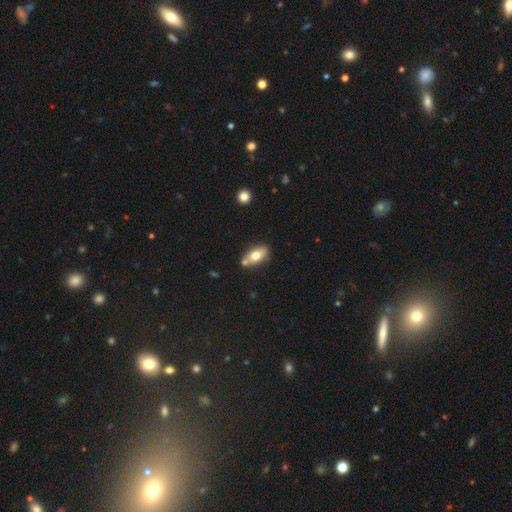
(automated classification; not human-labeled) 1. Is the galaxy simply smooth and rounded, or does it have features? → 72% smooth, 21% featured or disk, 7% star or artifact.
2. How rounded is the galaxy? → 87% in between, 7% cigar-shaped, 5% round.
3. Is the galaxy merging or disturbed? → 66% none, 16% merger, 15% minor disturbance, 3% major disturbance.